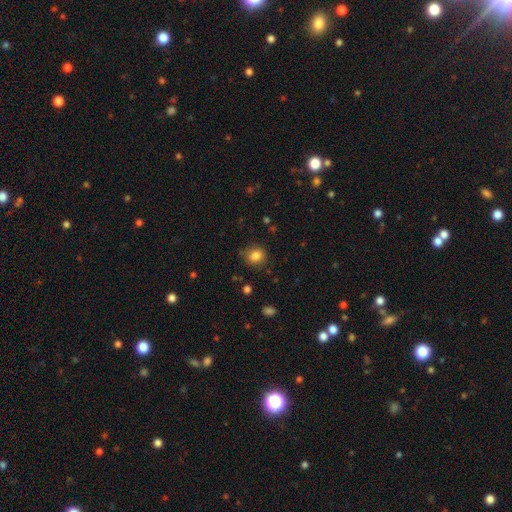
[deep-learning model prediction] smooth-or-featured: smooth: 84% | star or artifact: 11% | featured or disk: 6%
  how-rounded: round: 74% | in between: 26% | cigar-shaped: 1%
  merging: none: 83% | minor disturbance: 12% | major disturbance: 3% | merger: 2%